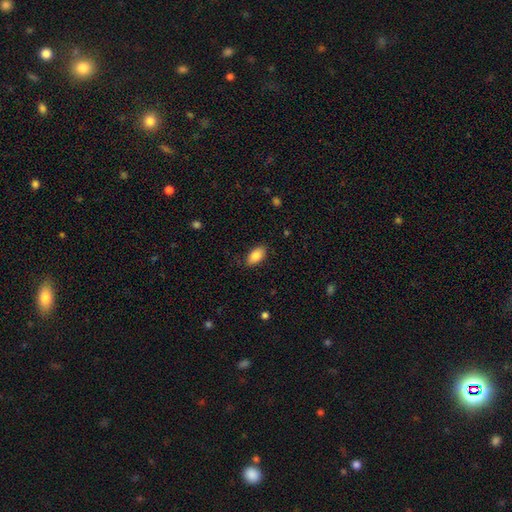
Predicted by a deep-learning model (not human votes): Overall: smooth (84%). How rounded: in between (92%). Merging: none (85%).